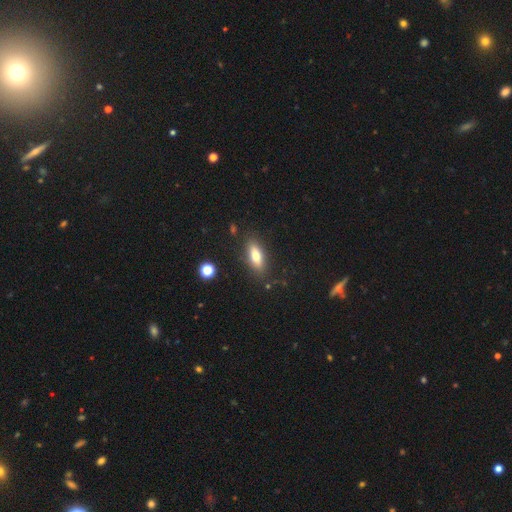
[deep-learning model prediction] Q: Smooth or featured?
A: smooth (74%); runner-up: featured or disk (18%)
Q: How rounded?
A: in between (67%); runner-up: cigar-shaped (30%)
Q: Merging?
A: none (83%); runner-up: minor disturbance (11%)